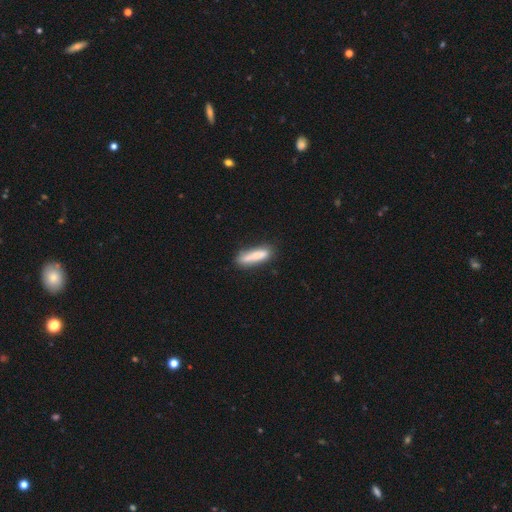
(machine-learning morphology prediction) smooth_or_featured: smooth (p=0.80) [alt: featured or disk p=0.14]
how_rounded: cigar-shaped (p=0.80) [alt: in between p=0.19]
merging: none (p=0.74) [alt: minor disturbance p=0.18]